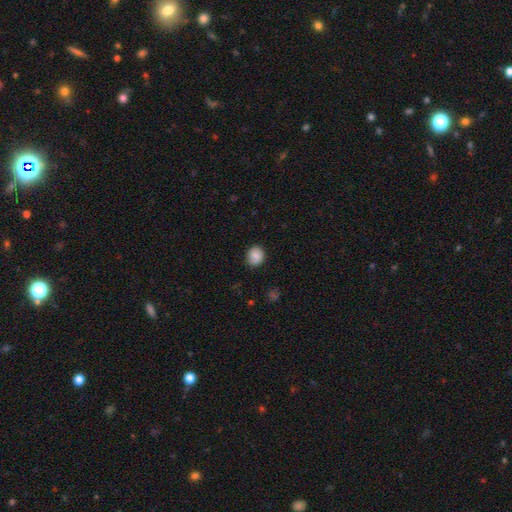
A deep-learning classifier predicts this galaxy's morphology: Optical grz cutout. It shows a smooth galaxy with no disk features (85%) that is round (74%). Merging: none (85%).